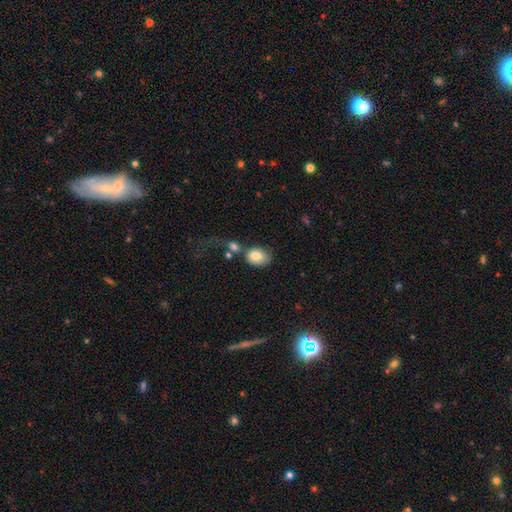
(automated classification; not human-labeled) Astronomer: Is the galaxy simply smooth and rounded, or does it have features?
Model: smooth — 81%.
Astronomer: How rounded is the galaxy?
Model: in between — 64%.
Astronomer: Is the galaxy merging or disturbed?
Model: none — 40% (runner-up: merger, 28%).